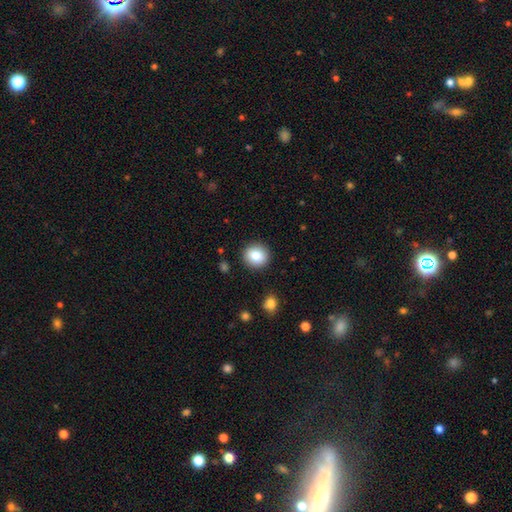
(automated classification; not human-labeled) Smooth or featured: smooth — 81% (featured or disk — 10%)
How rounded: round — 91% (in between — 9%)
Merging: none — 90% (minor disturbance — 6%)